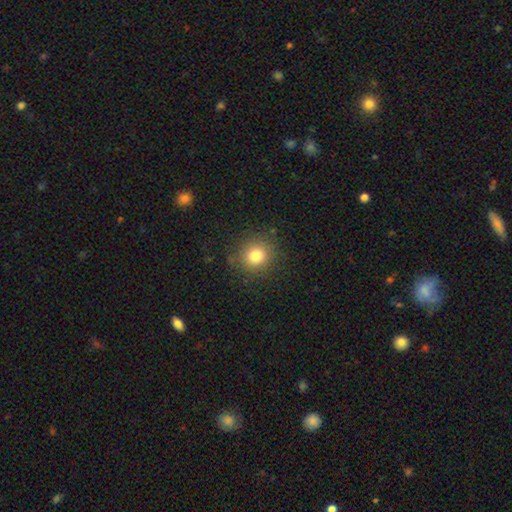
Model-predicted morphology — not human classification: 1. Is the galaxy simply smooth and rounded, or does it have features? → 81% smooth, 12% star or artifact, 7% featured or disk.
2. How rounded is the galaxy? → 89% round, 11% in between, 1% cigar-shaped.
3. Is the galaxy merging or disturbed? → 87% none, 9% minor disturbance, 3% major disturbance, 1% merger.